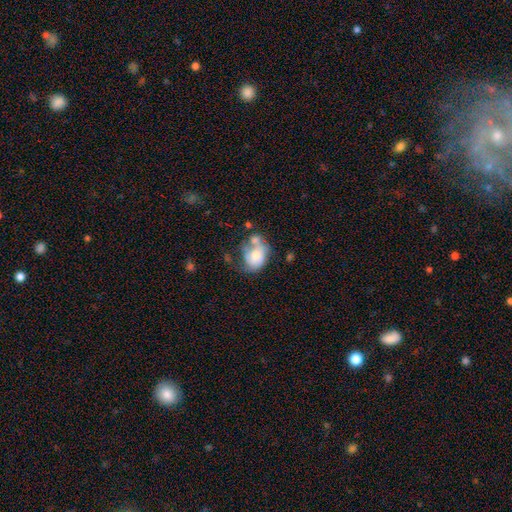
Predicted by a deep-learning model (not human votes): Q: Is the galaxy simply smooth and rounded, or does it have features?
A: smooth — 58%.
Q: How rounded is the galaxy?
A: in between — 63%.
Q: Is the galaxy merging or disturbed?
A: merger — 33%.